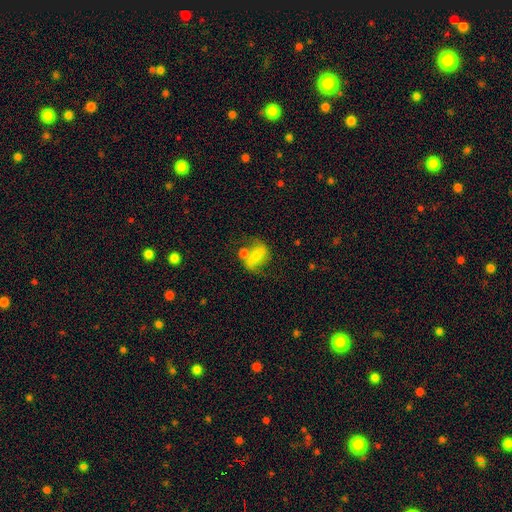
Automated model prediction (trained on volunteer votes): A featured or disk galaxy (54%) with a weak bar (35%), spiral arms (75%) and a small central bulge (44%). Merging: none (45%).